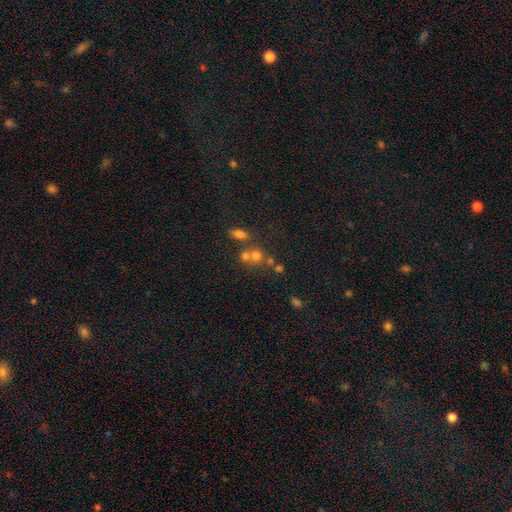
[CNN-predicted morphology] Q: Smooth or featured?
A: smooth (64%); runner-up: star or artifact (20%)
Q: How rounded?
A: round (79%); runner-up: in between (20%)
Q: Merging?
A: merger (44%); tied with: none (44%)